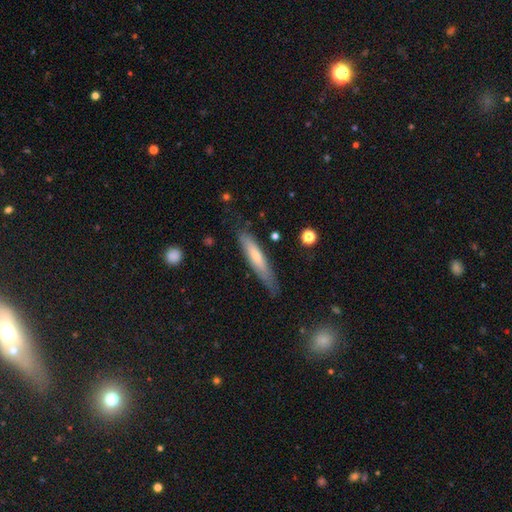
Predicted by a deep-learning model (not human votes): A smooth galaxy with no disk features (56%) that is cigar-shaped (88%).

Vote fractions:
- Smooth or featured? smooth: 56% / featured or disk: 37% / star or artifact: 6%
- How rounded? cigar-shaped: 88% / in between: 11% / round: 1%
- Merging? none: 72% / minor disturbance: 21% / major disturbance: 5% / merger: 2%